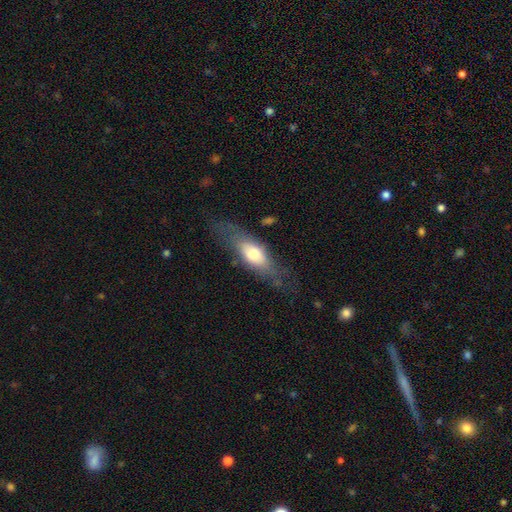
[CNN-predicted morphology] Q: Smooth or featured?
A: smooth (56%); runner-up: featured or disk (37%)
Q: How rounded?
A: in between (65%); runner-up: cigar-shaped (31%)
Q: Merging?
A: none (63%); runner-up: minor disturbance (21%)